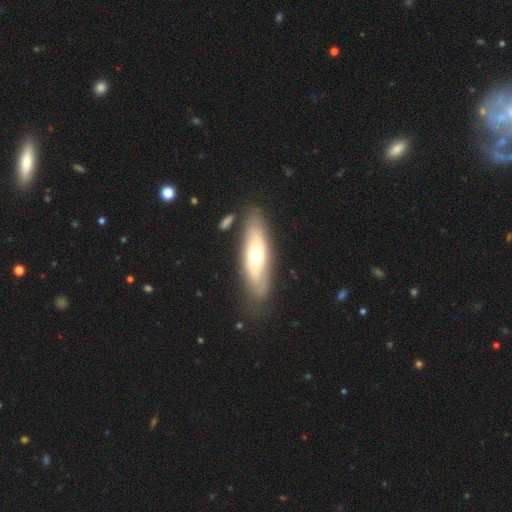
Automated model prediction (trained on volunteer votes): Smooth or featured? featured or disk (48%)
Merging? none (78%)